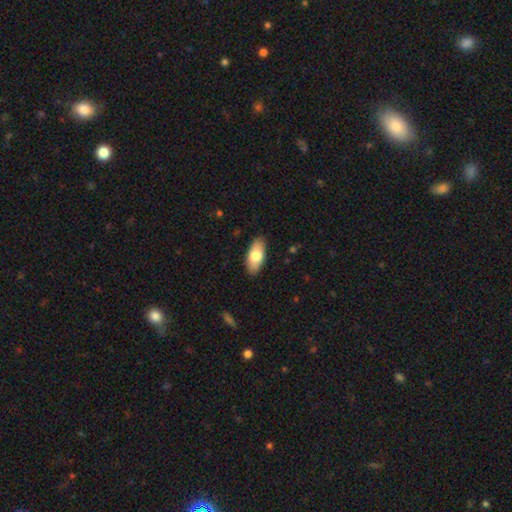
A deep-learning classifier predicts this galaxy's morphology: smooth 77%, featured or disk 18%, star or artifact 6%. Down the decision tree: how rounded — in between (89%); merging — none (88%).